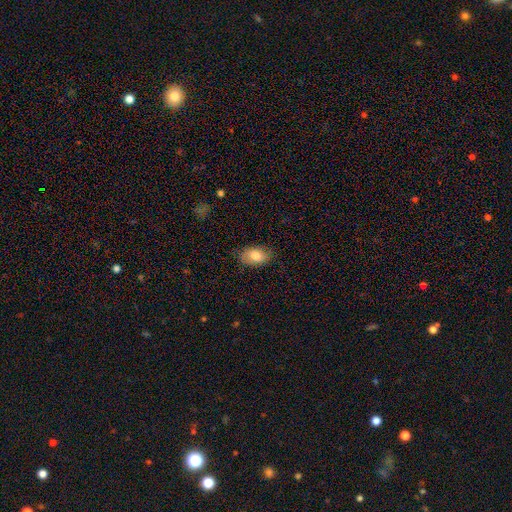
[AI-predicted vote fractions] A smooth galaxy with no disk features (80%) that is in between round and cigar-shaped (90%). Merging: none (81%).